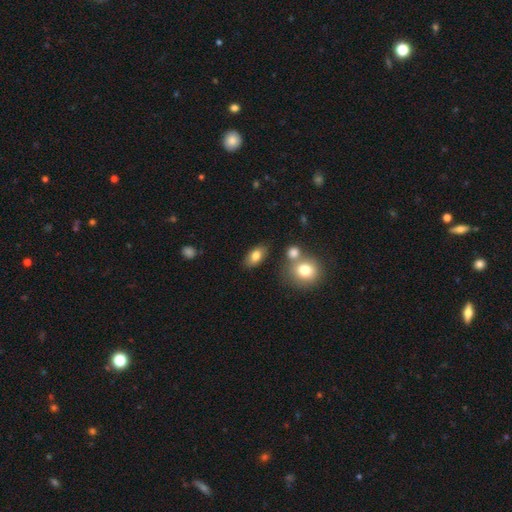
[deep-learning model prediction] This is likely a smooth galaxy (80%). How rounded: clearly in between (88%). Merging: likely none (79%).